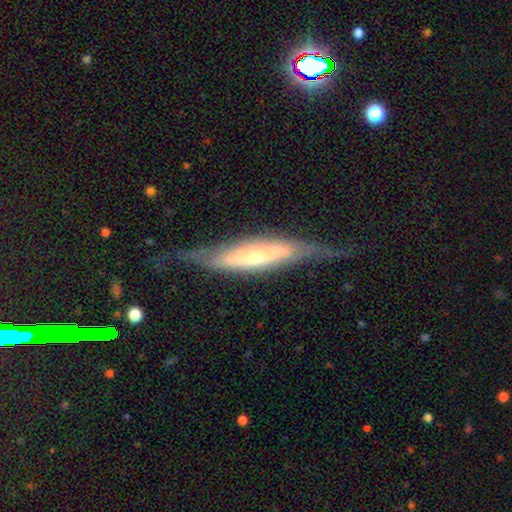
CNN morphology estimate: This appears to be a featured or disk galaxy (68%) viewed edge-on (69%). Merging: none (59%).